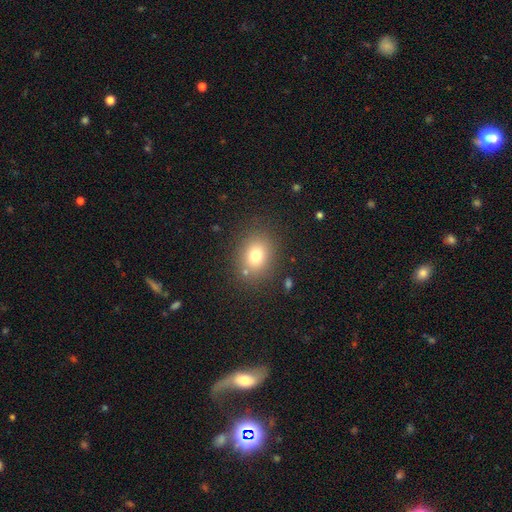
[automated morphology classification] smooth-or-featured: smooth: 76% | star or artifact: 13% | featured or disk: 11%
  how-rounded: round: 51% | in between: 48% | cigar-shaped: 1%
  merging: none: 82% | minor disturbance: 10% | major disturbance: 4% | merger: 4%